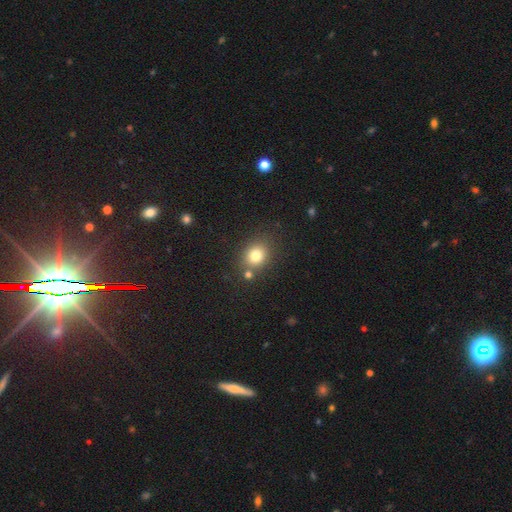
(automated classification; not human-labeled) A smooth galaxy with no disk features (78%) that is round (66%). Merging: none (74%).